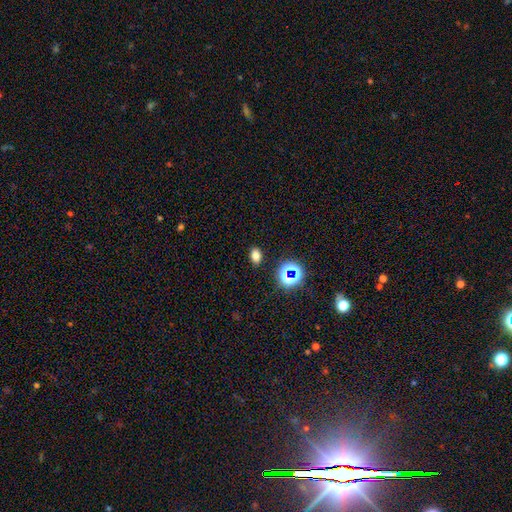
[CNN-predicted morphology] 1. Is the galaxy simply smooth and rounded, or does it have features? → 72% smooth, 20% star or artifact, 8% featured or disk.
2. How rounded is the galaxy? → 75% in between, 24% round, 1% cigar-shaped.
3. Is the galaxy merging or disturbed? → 87% none, 8% minor disturbance, 3% major disturbance, 2% merger.